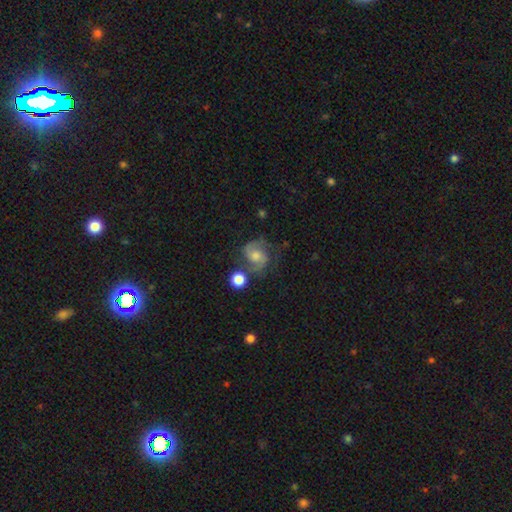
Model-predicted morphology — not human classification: A featured or disk galaxy (73%) with no bar (57%), 2 (89%) medium (55%) spiral arms (94%) and a moderate central bulge (54%).

Vote fractions:
- Smooth or featured? featured or disk: 73% / smooth: 18% / star or artifact: 9%
- Edge-on disk? no: 98% / yes: 2%
- Bar? no: 57% / weak: 36% / strong: 7%
- Spiral arms? yes: 94% / no: 6%
- Spiral winding? medium: 55% / tight: 23% / loose: 21%
- Spiral arm count? 2: 89% / can't tell: 5% / 3: 2% / 1: 2% / 4: 1% / more than 4: 1%
- Bulge size? moderate: 54% / small: 25% / large: 12% / none: 7% / dominant: 2%
- Merging? none: 64% / minor disturbance: 19% / major disturbance: 9% / merger: 9%